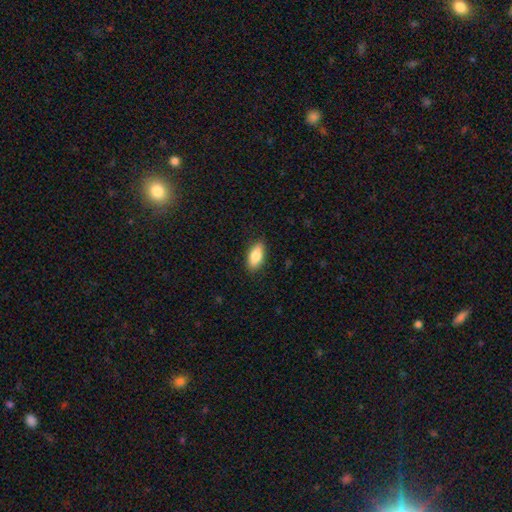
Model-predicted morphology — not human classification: A smooth galaxy with no disk features (82%) that is in between round and cigar-shaped (85%). Merging: none (86%).